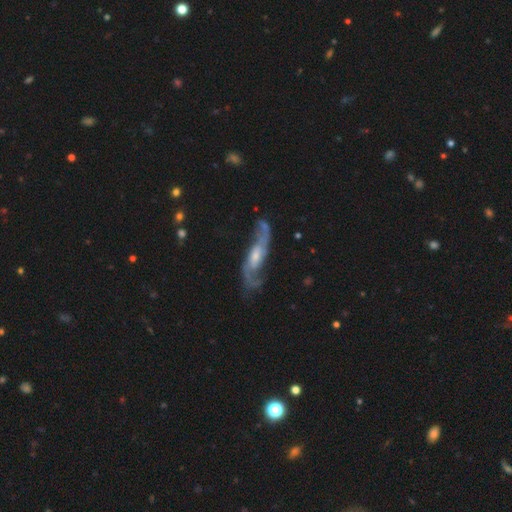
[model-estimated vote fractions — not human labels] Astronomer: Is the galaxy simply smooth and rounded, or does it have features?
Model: featured or disk — 87%.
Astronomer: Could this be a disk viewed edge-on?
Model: no — 86%.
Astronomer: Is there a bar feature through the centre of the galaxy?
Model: no — 44% (runner-up: weak, 41%).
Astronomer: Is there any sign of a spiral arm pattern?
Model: yes — 96%.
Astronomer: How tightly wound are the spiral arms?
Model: loose — 52% (runner-up: medium, 36%).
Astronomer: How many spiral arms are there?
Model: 2 — 89%.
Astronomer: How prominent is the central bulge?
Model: moderate — 49% (runner-up: small, 38%).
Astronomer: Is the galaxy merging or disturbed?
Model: none — 68%.